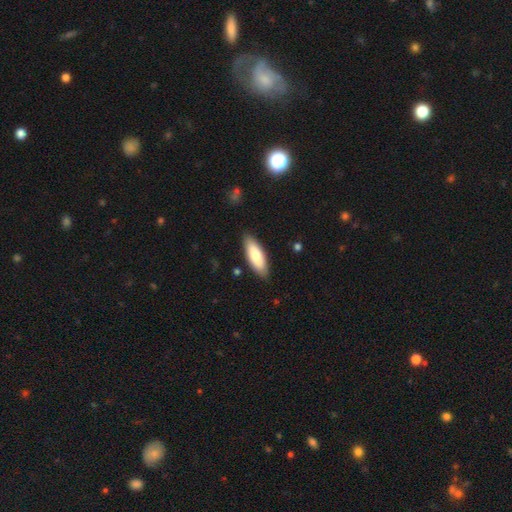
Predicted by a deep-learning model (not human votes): smooth-or-featured: smooth: 80% | featured or disk: 15% | star or artifact: 5%
  how-rounded: in between: 64% | cigar-shaped: 34% | round: 2%
  merging: none: 86% | minor disturbance: 11% | major disturbance: 2% | merger: 1%